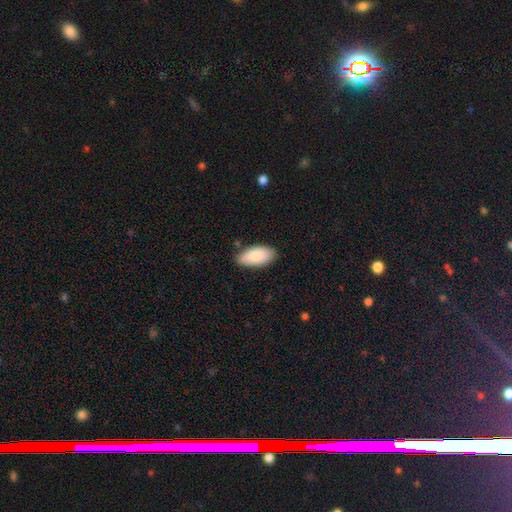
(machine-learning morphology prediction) smooth-or-featured: smooth: 84% | featured or disk: 10% | star or artifact: 6%
  how-rounded: in between: 94% | cigar-shaped: 4% | round: 2%
  merging: none: 82% | minor disturbance: 14% | major disturbance: 2% | merger: 2%